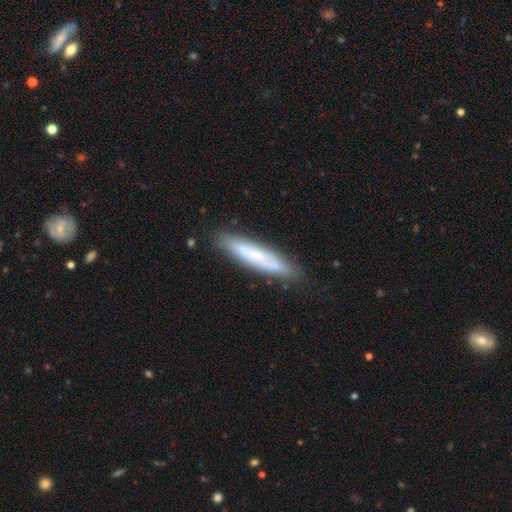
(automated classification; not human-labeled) Smooth or featured? smooth (49%)
Merging? none (79%)